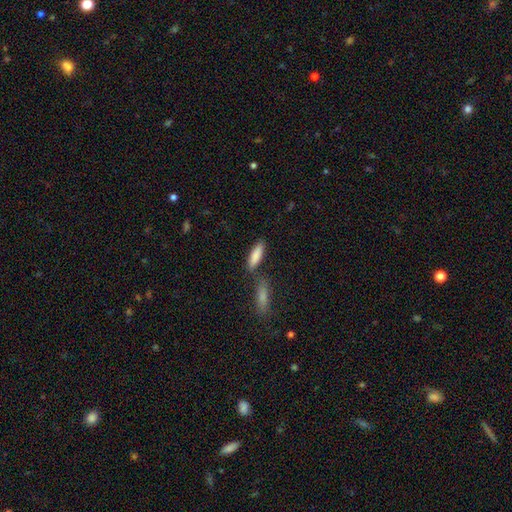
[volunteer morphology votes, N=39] This appears to be a smooth galaxy with no disk features (90%) that is cigar-shaped (63%). Merging: none (49%).